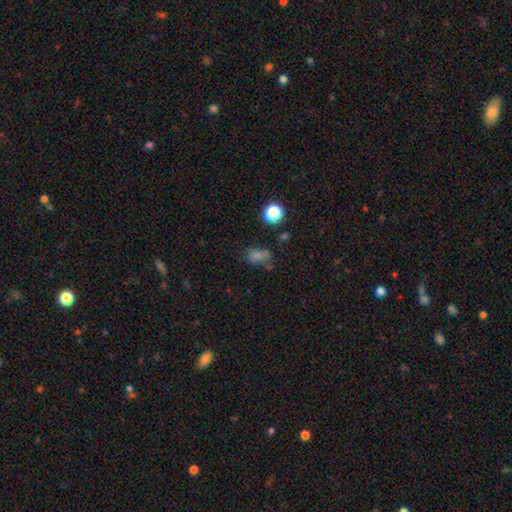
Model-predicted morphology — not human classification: smooth-or-featured: smooth: 63% | star or artifact: 25% | featured or disk: 12%
  how-rounded: in between: 71% | round: 25% | cigar-shaped: 4%
  merging: none: 53% | minor disturbance: 23% | major disturbance: 13% | merger: 10%